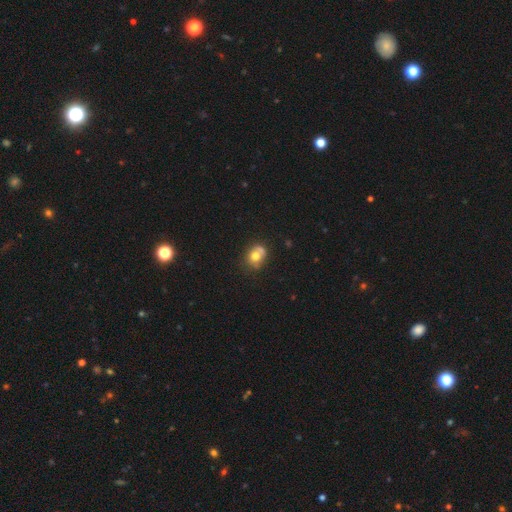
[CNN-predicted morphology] type=smooth (67%); roundness=round (57%); merging=none (45%).